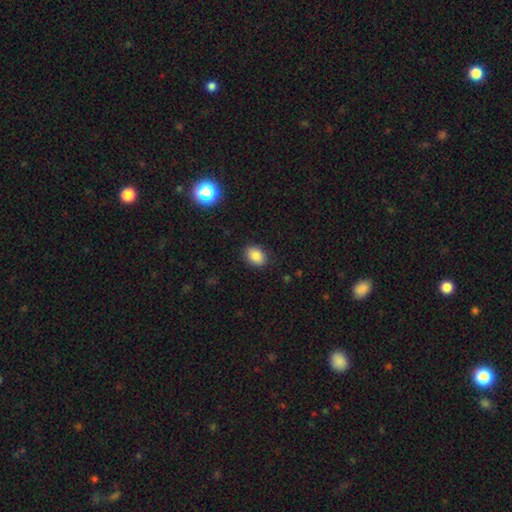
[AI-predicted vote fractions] Overall: smooth (86%). How rounded: in between (77%). Merging: none (88%).